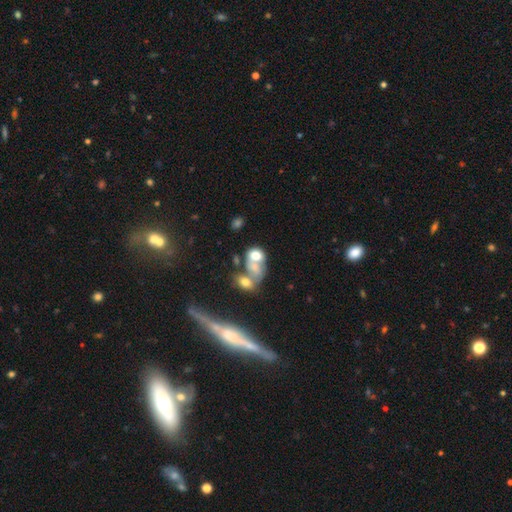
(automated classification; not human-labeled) Q: Smooth or featured?
A: smooth (60%); runner-up: featured or disk (27%)
Q: How rounded?
A: in between (65%); runner-up: round (33%)
Q: Merging?
A: merger (63%); runner-up: none (16%)